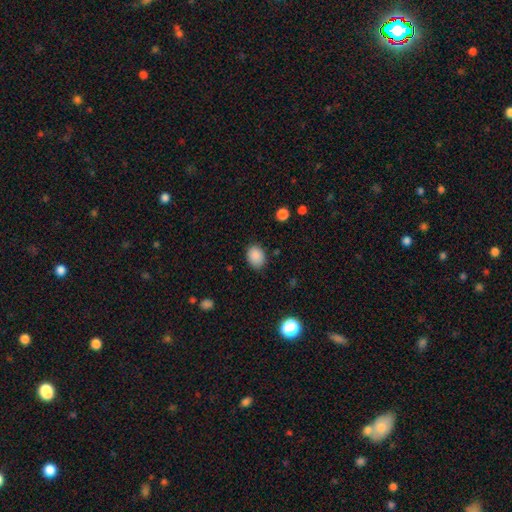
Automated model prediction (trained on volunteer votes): Smooth or featured? Predicted: smooth (p=0.89). How rounded? Predicted: in between (p=0.64). Merging? Predicted: none (p=0.83).